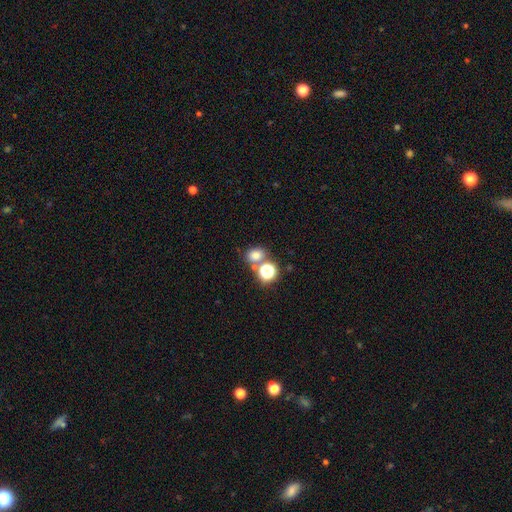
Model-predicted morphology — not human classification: This appears to be a smooth galaxy with no disk features (73%) that is round (58%). Merging: none (61%).